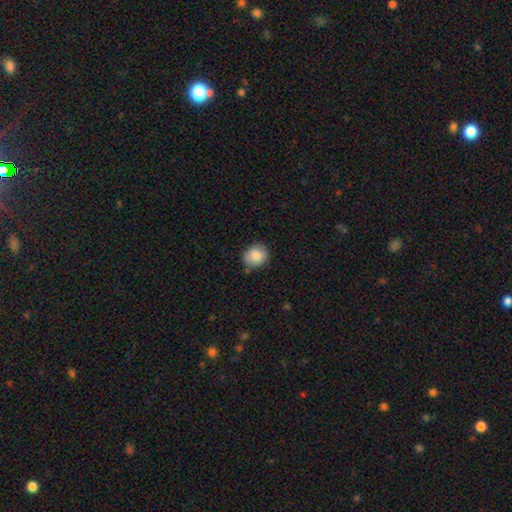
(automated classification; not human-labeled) This is clearly a smooth galaxy (85%). How rounded: likely round (70%). Merging: clearly none (80%).